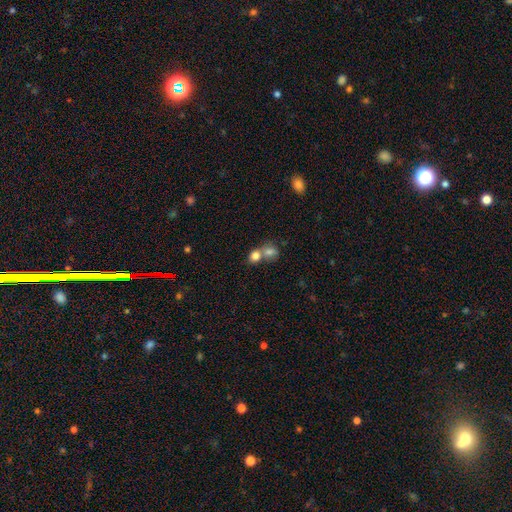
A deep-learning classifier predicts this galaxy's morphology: smooth_or_featured: smooth (p=0.80) [alt: star or artifact p=0.11]
how_rounded: round (p=0.61) [alt: in between p=0.38]
merging: merger (p=0.62) [alt: none p=0.29]